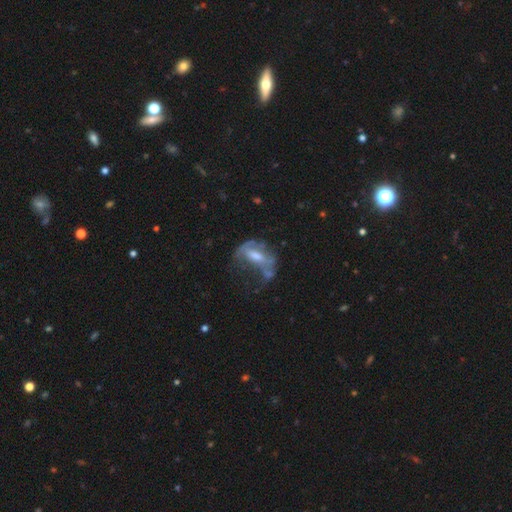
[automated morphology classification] This appears to be a featured or disk galaxy (60%) with no bar (48%), no spiral arms (58%) and a moderate central bulge (49%). Merging: major disturbance (41%).